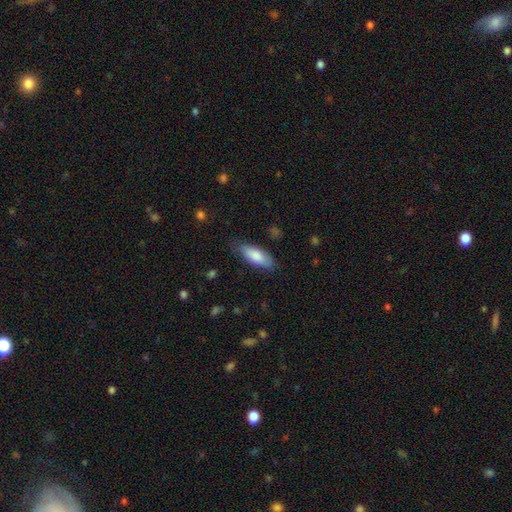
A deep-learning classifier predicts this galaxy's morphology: smooth-or-featured: smooth: 81% | featured or disk: 13% | star or artifact: 6%
  how-rounded: in between: 70% | cigar-shaped: 28% | round: 2%
  merging: none: 78% | minor disturbance: 17% | major disturbance: 4% | merger: 1%